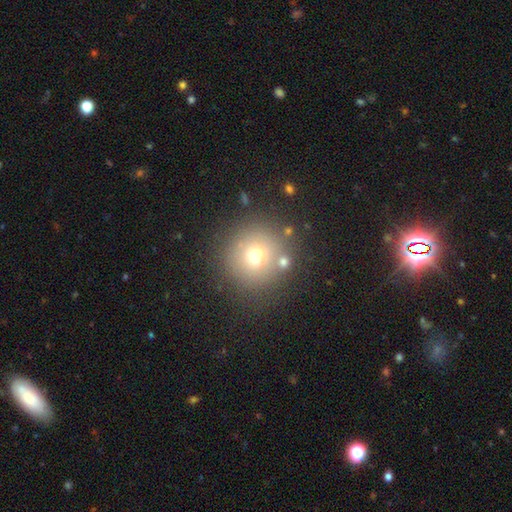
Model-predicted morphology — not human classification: type=smooth (68%); roundness=round (94%); merging=none (80%).